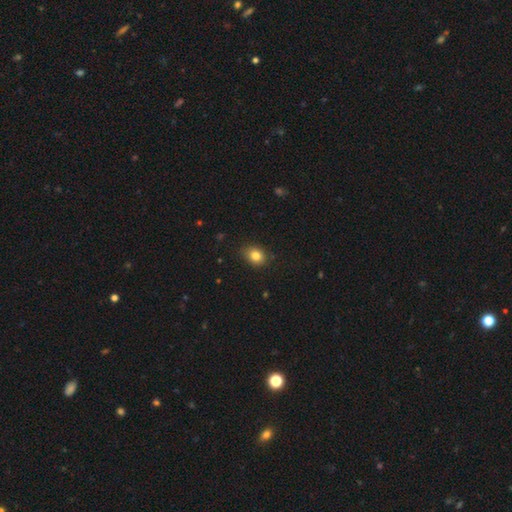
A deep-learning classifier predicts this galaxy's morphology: smooth-or-featured: smooth: 83% | star or artifact: 10% | featured or disk: 7%
  how-rounded: in between: 59% | round: 40% | cigar-shaped: 1%
  merging: none: 83% | minor disturbance: 13% | major disturbance: 2% | merger: 1%